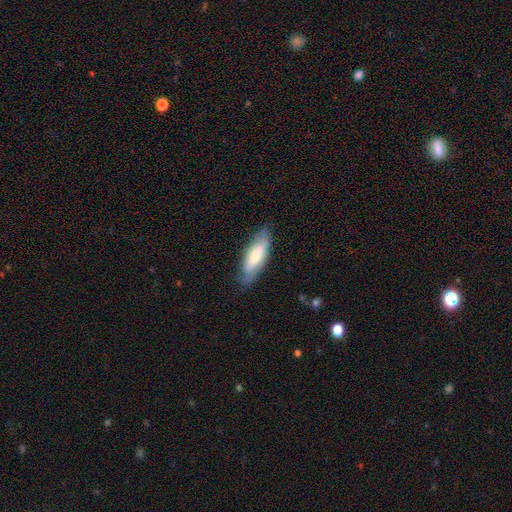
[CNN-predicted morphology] A smooth galaxy with no disk features (66%) that is in between round and cigar-shaped (63%). Merging: none (78%).